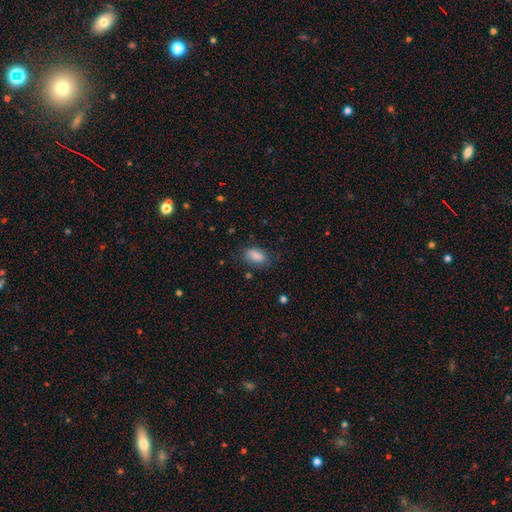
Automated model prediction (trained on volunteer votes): Overall: smooth (86%). How rounded: in between (89%). Merging: none (72%).